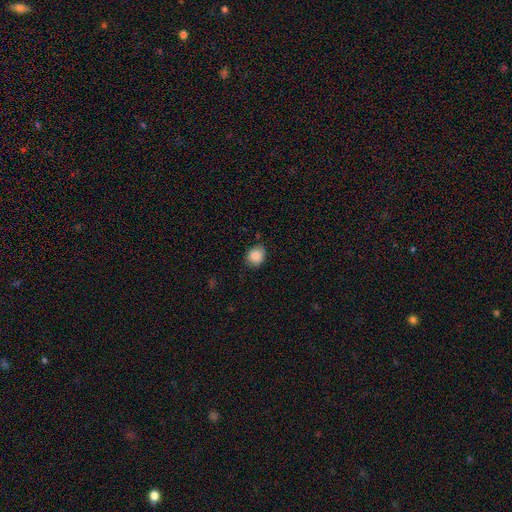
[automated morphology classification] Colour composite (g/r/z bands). It shows a smooth galaxy with no disk features (86%) that is round (64%). Merging: none (84%).